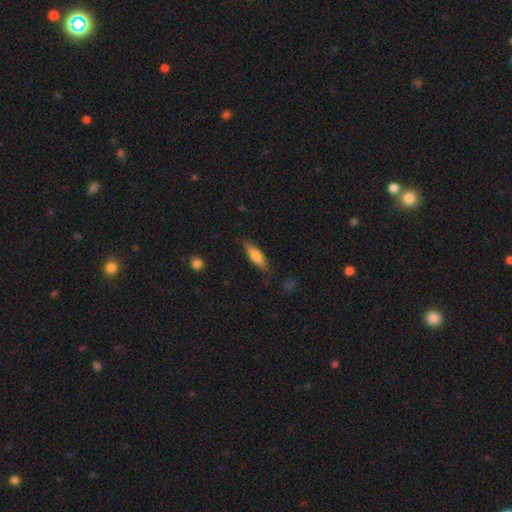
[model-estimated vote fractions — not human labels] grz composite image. It shows a smooth galaxy with no disk features (73%) that is cigar-shaped (53%). Merging: none (81%).